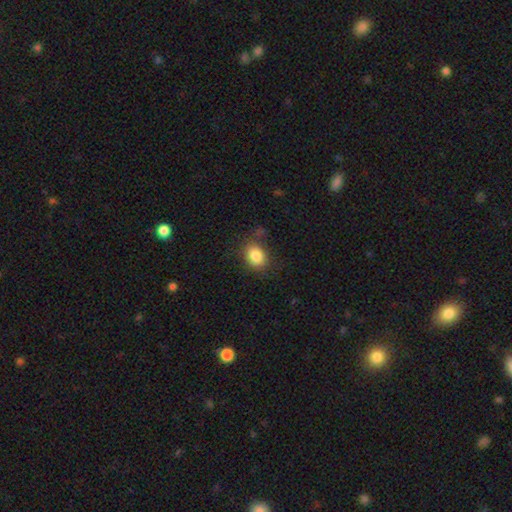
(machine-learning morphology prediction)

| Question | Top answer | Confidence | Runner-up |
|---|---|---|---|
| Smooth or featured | smooth | 84% | star or artifact (9%) |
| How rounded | in between | 57% | round (42%) |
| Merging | none | 75% | minor disturbance (16%) |